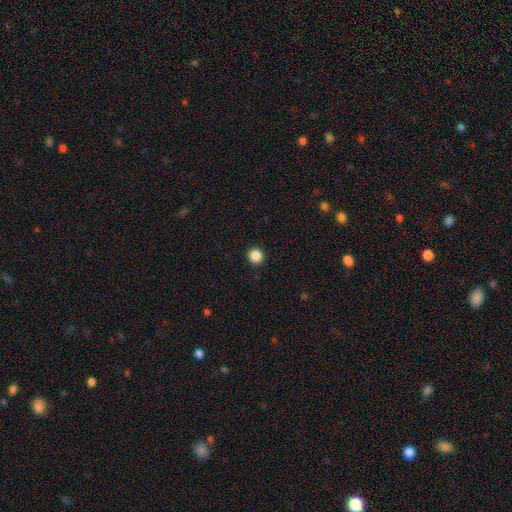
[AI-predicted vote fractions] A smooth galaxy with no disk features (87%) that is round (94%).

Vote fractions:
- Smooth or featured? smooth: 87% / star or artifact: 11% / featured or disk: 3%
- How rounded? round: 94% / in between: 5% / cigar-shaped: 1%
- Merging? none: 93% / minor disturbance: 4% / major disturbance: 2% / merger: 1%